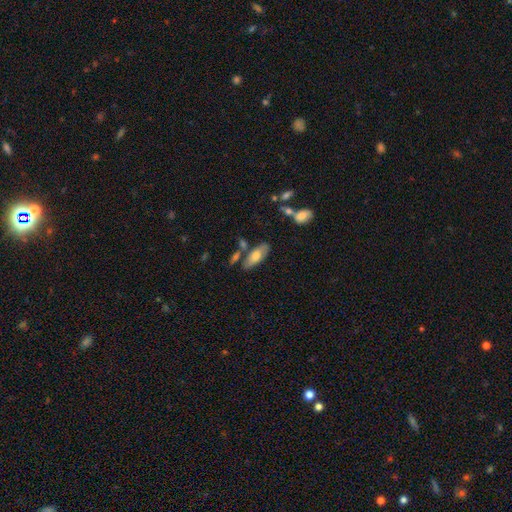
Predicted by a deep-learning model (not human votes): Smooth or featured?
  - smooth: 70% *
  - featured or disk: 23%
  - star or artifact: 6%
How rounded?
  - in between: 76% *
  - cigar-shaped: 22%
  - round: 2%
Merging?
  - none: 65% *
  - minor disturbance: 17%
  - merger: 14%
  - major disturbance: 5%